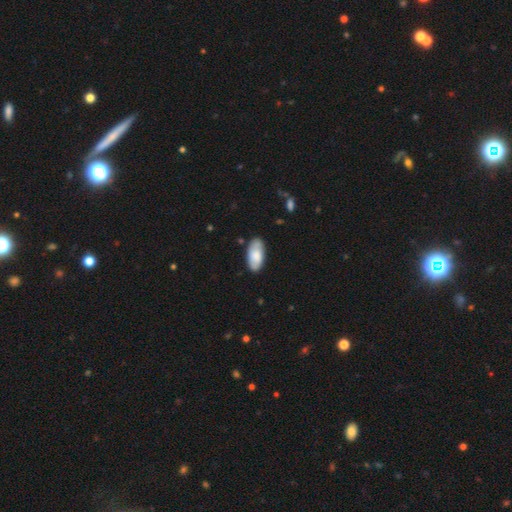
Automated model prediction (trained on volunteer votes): A smooth galaxy with no disk features (75%) that is in between round and cigar-shaped (92%).

Vote fractions:
- Smooth or featured? smooth: 75% / featured or disk: 19% / star or artifact: 6%
- How rounded? in between: 92% / cigar-shaped: 6% / round: 2%
- Merging? none: 81% / minor disturbance: 14% / major disturbance: 3% / merger: 2%